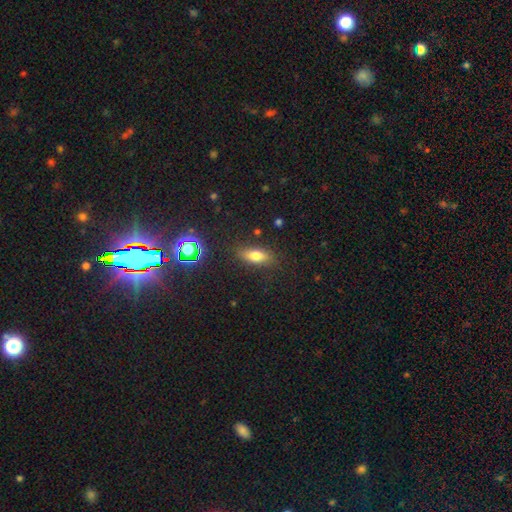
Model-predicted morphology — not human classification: Smooth or featured?
  - smooth: 69% *
  - featured or disk: 17%
  - star or artifact: 14%
How rounded?
  - in between: 71% *
  - cigar-shaped: 22%
  - round: 7%
Merging?
  - none: 83% *
  - minor disturbance: 12%
  - major disturbance: 3%
  - merger: 2%